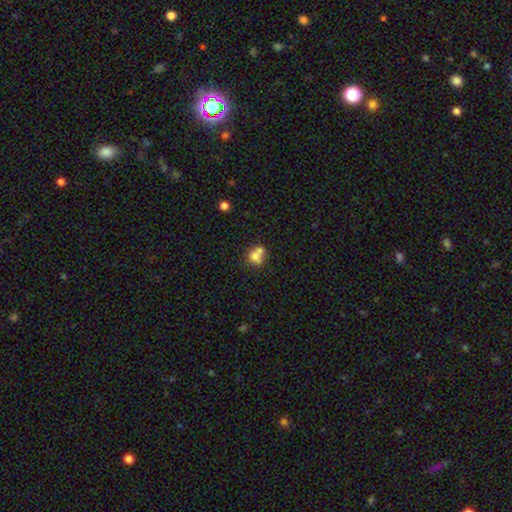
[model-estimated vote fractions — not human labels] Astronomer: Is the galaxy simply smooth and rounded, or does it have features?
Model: smooth — 67%.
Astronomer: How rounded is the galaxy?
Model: round — 72%.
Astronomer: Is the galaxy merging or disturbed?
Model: merger — 58%.